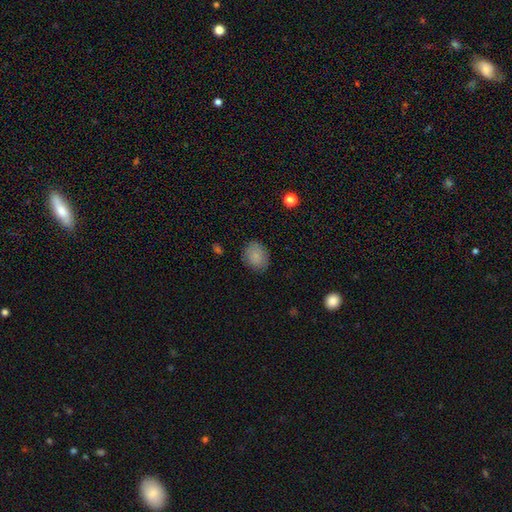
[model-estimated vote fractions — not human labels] smooth_or_featured: smooth (p=0.84) [alt: star or artifact p=0.09]
how_rounded: round (p=0.50) [alt: in between p=0.49]
merging: none (p=0.83) [alt: minor disturbance p=0.12]